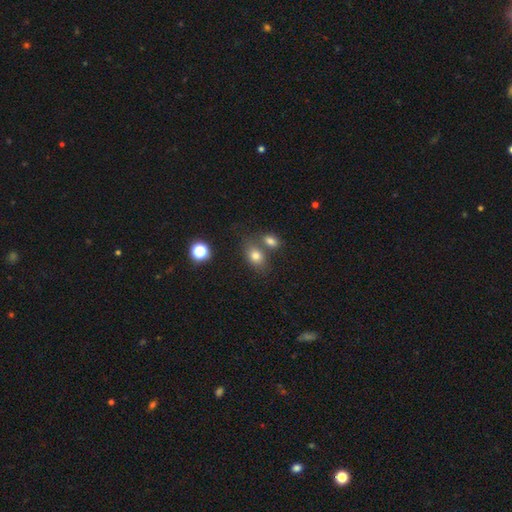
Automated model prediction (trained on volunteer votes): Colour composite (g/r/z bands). It shows a smooth galaxy with no disk features (78%) that is in between round and cigar-shaped (72%). Merging: none (55%).